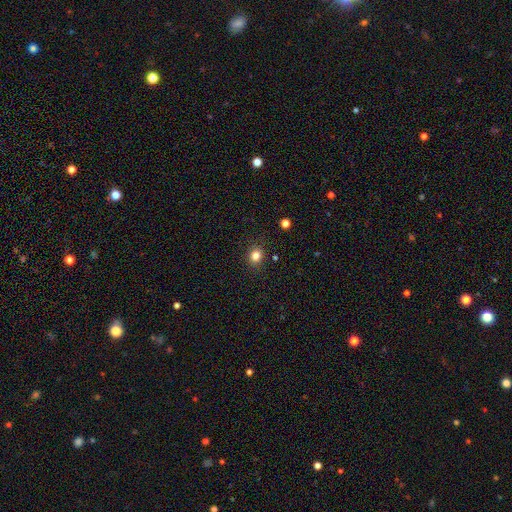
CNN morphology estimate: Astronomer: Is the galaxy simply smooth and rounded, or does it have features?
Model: smooth — 82%.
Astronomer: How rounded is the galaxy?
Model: round — 69%.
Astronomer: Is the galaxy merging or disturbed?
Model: none — 89%.